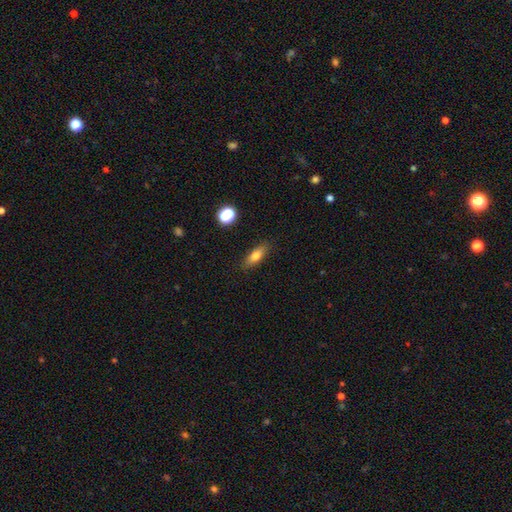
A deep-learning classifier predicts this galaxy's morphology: type=smooth (74%); roundness=in between (62%); merging=none (86%).